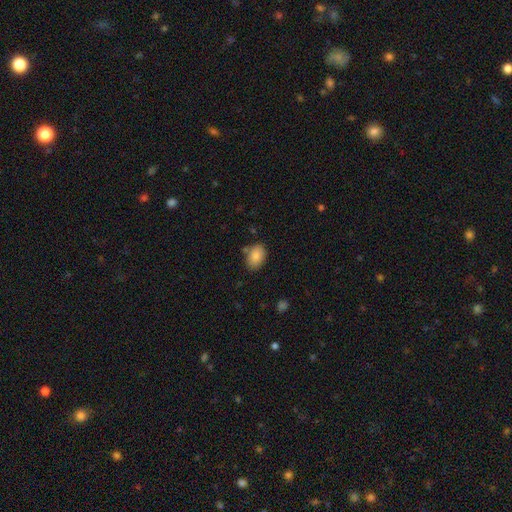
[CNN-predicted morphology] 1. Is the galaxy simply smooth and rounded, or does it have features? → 86% smooth, 8% star or artifact, 6% featured or disk.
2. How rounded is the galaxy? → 83% in between, 16% round, 1% cigar-shaped.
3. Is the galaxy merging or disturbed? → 78% none, 14% minor disturbance, 5% merger, 3% major disturbance.